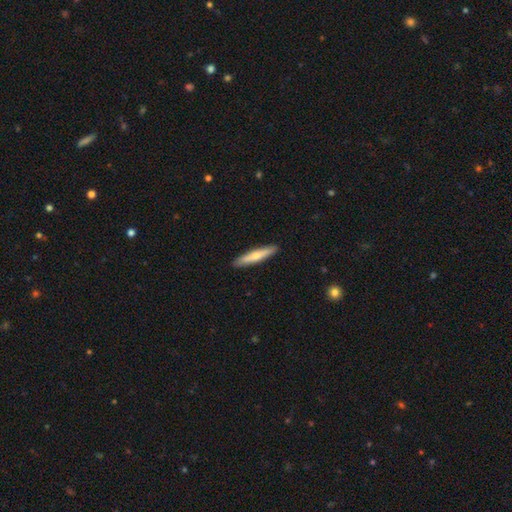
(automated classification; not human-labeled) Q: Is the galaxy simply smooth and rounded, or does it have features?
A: smooth — 58%.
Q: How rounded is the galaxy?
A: cigar-shaped — 91%.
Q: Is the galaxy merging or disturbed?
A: none — 91%.